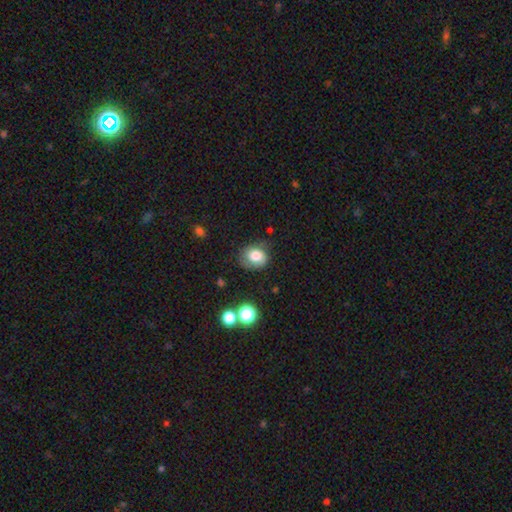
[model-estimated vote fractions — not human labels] Smooth or featured? smooth (77%)
How rounded? round (58%)
Merging? none (64%)